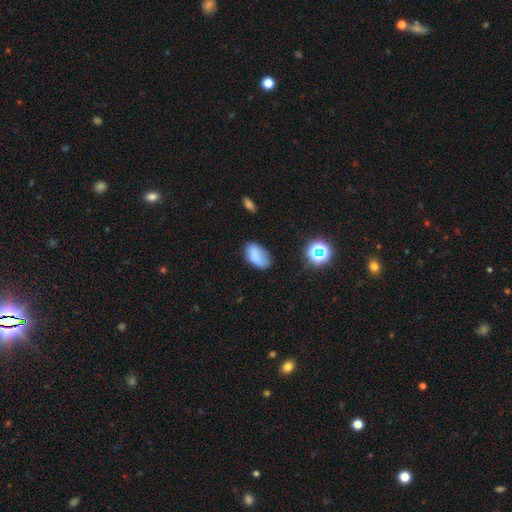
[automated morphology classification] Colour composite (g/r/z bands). It shows a smooth galaxy with no disk features (76%) that is in between round and cigar-shaped (91%). Merging: none (65%).